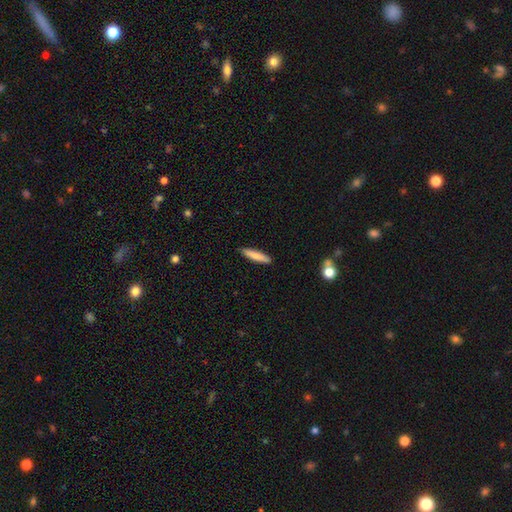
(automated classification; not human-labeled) This is clearly a smooth galaxy (80%). How rounded: clearly cigar-shaped (84%). Merging: clearly none (88%).